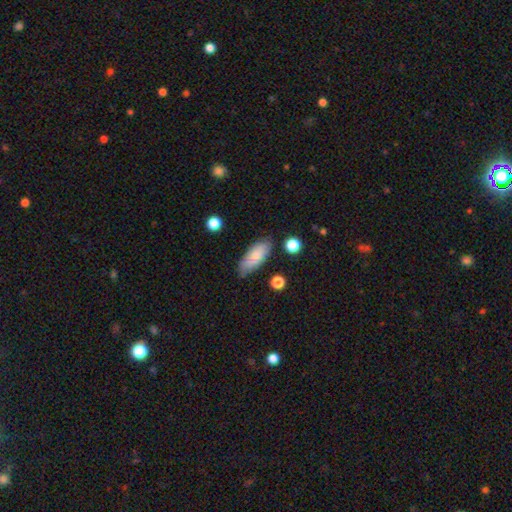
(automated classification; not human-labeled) Smooth or featured: smooth — 77% (featured or disk — 17%)
How rounded: in between — 79% (cigar-shaped — 19%)
Merging: none — 76% (minor disturbance — 18%)